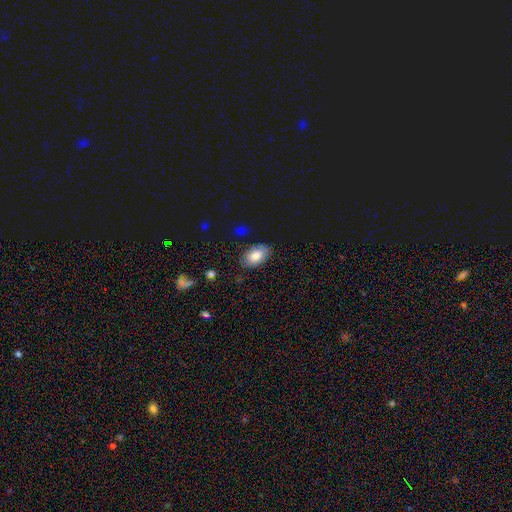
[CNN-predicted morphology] smooth 79%, featured or disk 13%, star or artifact 7%. Down the decision tree: how rounded — in between (93%); merging — none (82%).